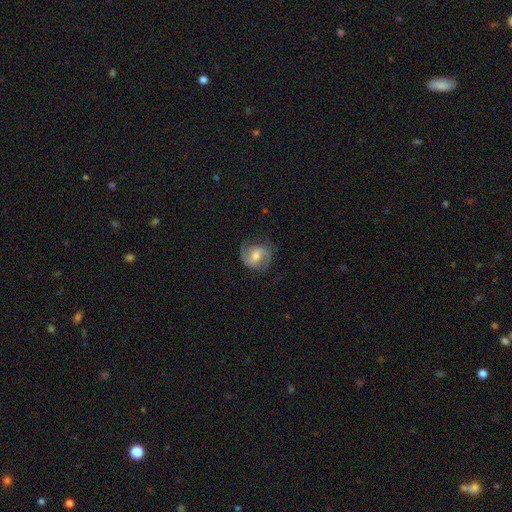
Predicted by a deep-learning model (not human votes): smooth-or-featured: featured or disk: 81% | smooth: 13% | star or artifact: 6%
  disk-edge-on: no: 98% | yes: 2%
    bar: weak: 52% | no: 24% | strong: 24%
    has-spiral-arms: yes: 95% | no: 5%
      spiral-winding: medium: 54% | loose: 23% | tight: 23%
      spiral-arm-count: 2: 91% | can't tell: 4% | 1: 3% | 3: 1% | 4: 1% | more than 4: 1%
    bulge-size: moderate: 61% | small: 29% | large: 6% | none: 3% | dominant: 1%
  merging: none: 79% | minor disturbance: 14% | major disturbance: 6% | merger: 1%